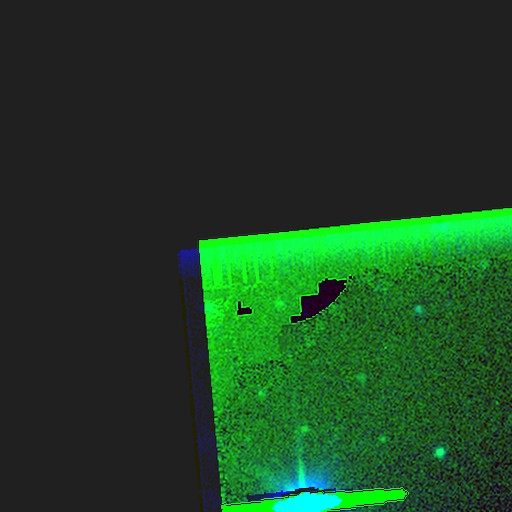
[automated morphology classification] star or artifact 89%, featured or disk 6%, smooth 5%.